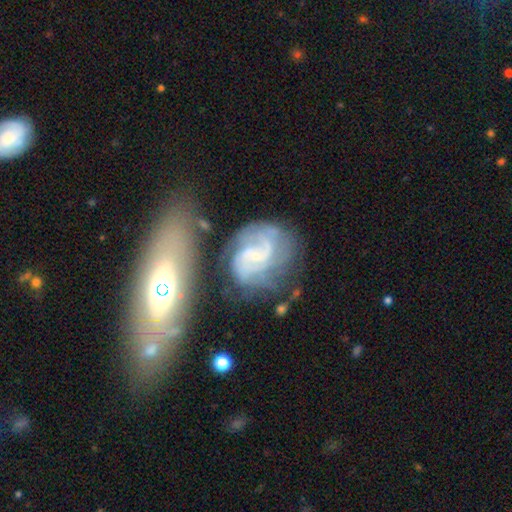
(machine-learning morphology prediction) The model was most divided on "bar": no: 45%, weak: 44%, strong: 11%. Remaining: edge-on disk — no (97%); spiral arms — yes (93%); smooth or featured — featured or disk (81%); bulge size — small (71%); merging — none (52%); spiral arm count — 2 (50%); spiral winding — medium (44%).